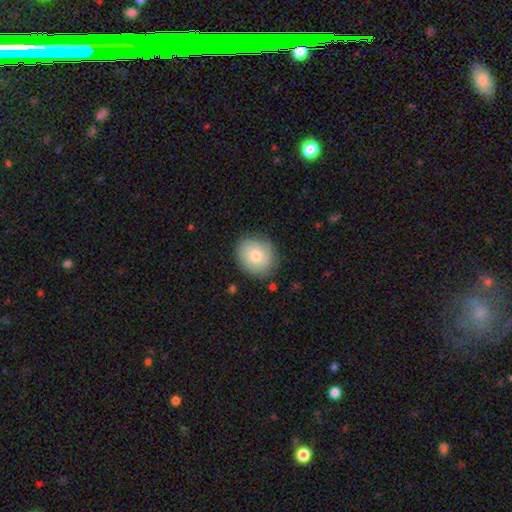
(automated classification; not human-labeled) Morphology: type=smooth (78%); roundness=round (70%); merging=none (84%).